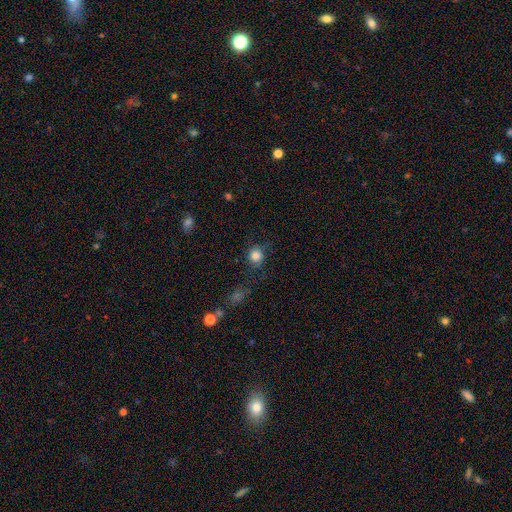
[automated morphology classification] Smooth or featured? smooth (81%)
How rounded? round (84%)
Merging? none (69%)